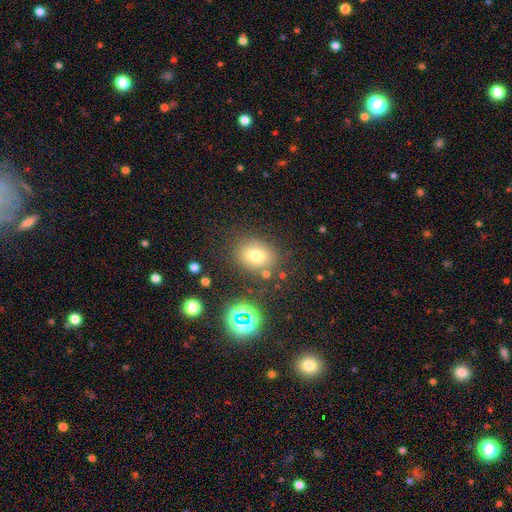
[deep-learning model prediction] smooth 72%, star or artifact 17%, featured or disk 11%. Down the decision tree: how rounded — in between (51%); merging — none (78%).